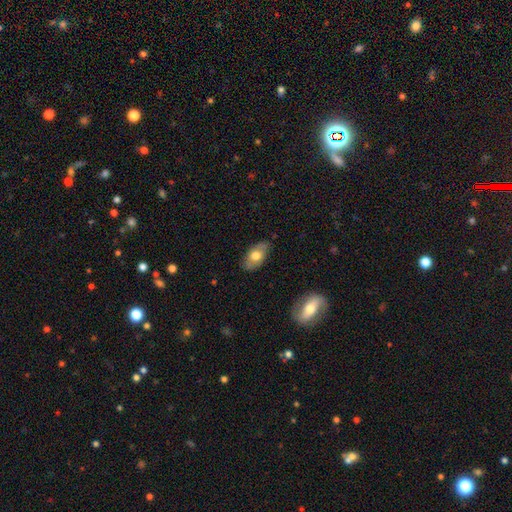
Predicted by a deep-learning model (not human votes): Smooth or featured: smooth — 67% (featured or disk — 27%)
How rounded: in between — 92% (round — 5%)
Merging: none — 78% (minor disturbance — 17%)